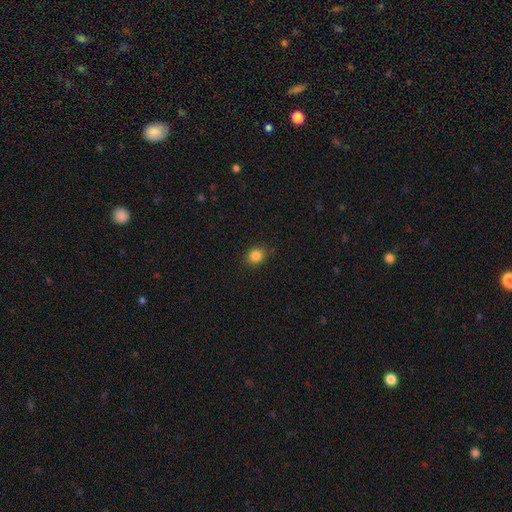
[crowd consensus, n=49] Smooth or featured? smooth (92%)
How rounded? round (84%)
Merging? none (85%)